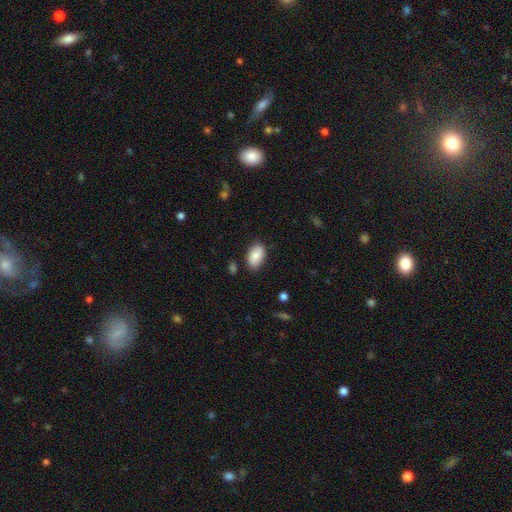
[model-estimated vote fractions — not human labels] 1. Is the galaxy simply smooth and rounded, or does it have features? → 82% smooth, 11% featured or disk, 7% star or artifact.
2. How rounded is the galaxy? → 93% in between, 6% round, 1% cigar-shaped.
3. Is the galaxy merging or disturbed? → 83% none, 13% minor disturbance, 3% major disturbance, 2% merger.